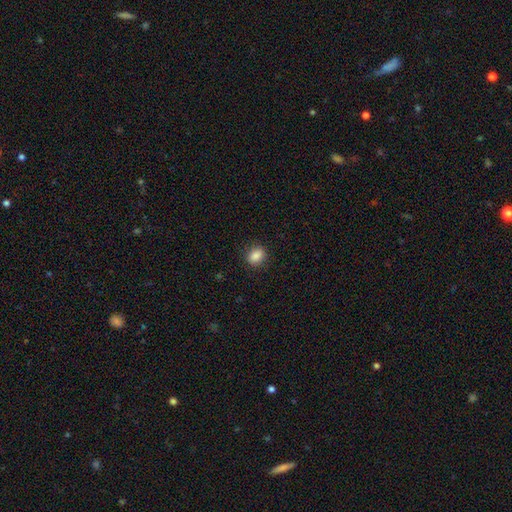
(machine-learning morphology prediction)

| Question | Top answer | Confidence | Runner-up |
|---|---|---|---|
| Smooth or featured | smooth | 86% | star or artifact (9%) |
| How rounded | round | 52% | in between (47%) |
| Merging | none | 87% | minor disturbance (9%) |